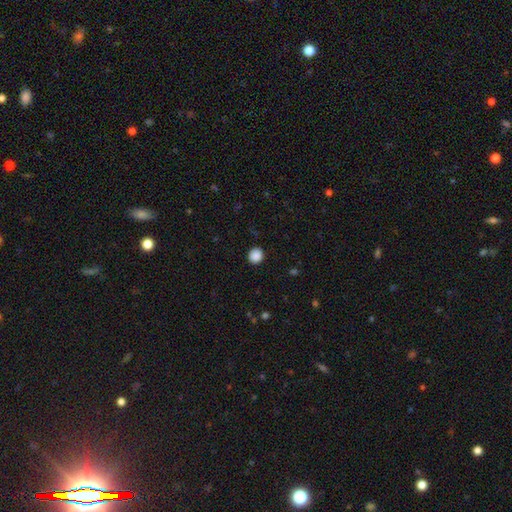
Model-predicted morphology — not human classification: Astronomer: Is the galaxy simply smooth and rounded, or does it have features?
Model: smooth — 89%.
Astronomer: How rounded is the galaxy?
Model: round — 88%.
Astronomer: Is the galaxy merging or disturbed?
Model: none — 91%.